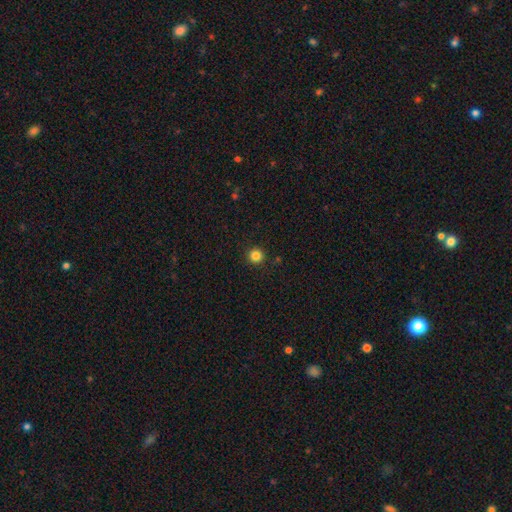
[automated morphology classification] Smooth or featured? Predicted: smooth (p=0.84). How rounded? Predicted: round (p=0.95). Merging? Predicted: none (p=0.92).